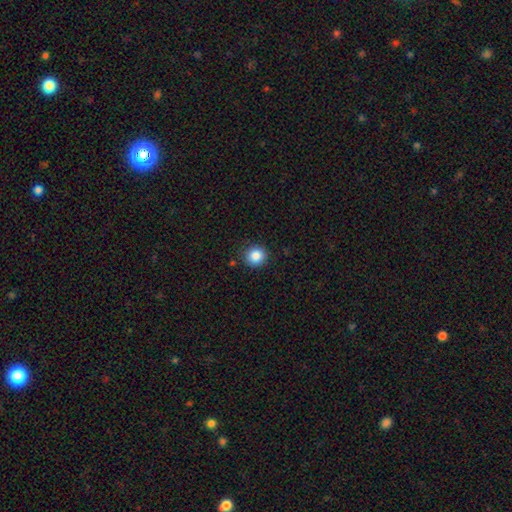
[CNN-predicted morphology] Q: Smooth or featured?
A: smooth (86%); runner-up: star or artifact (10%)
Q: How rounded?
A: round (91%); runner-up: in between (8%)
Q: Merging?
A: none (89%); runner-up: minor disturbance (8%)